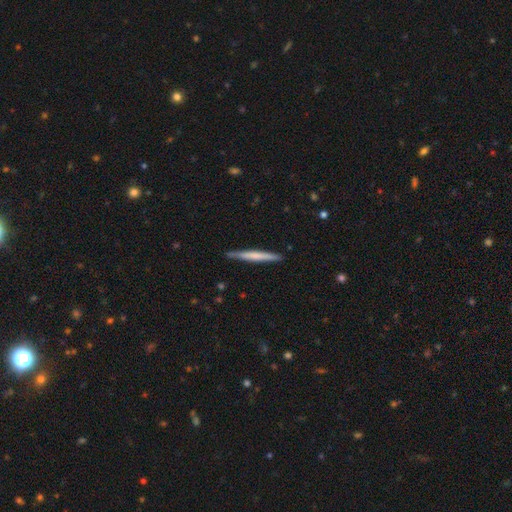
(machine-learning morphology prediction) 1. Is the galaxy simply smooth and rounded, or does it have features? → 55% smooth, 40% featured or disk, 5% star or artifact.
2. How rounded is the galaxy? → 97% cigar-shaped, 2% in between, 1% round.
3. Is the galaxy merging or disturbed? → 88% none, 9% minor disturbance, 1% major disturbance, 1% merger.